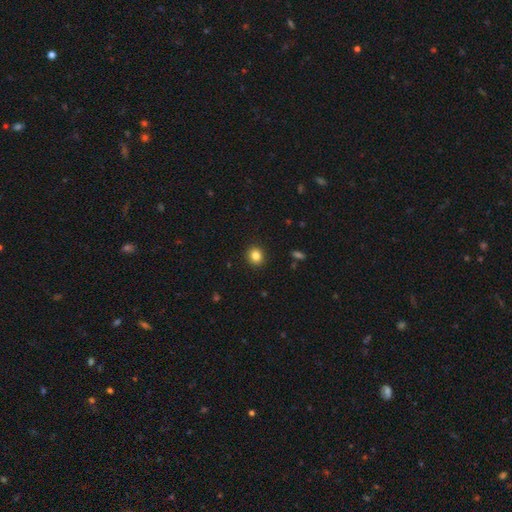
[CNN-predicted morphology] Smooth or featured? Predicted: smooth (p=0.84). How rounded? Predicted: round (p=0.82). Merging? Predicted: none (p=0.92).